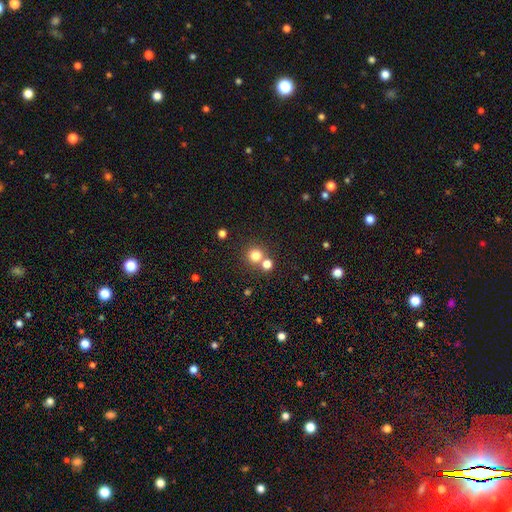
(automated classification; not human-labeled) Smooth or featured? Predicted: smooth (p=0.78). How rounded? Predicted: round (p=0.93). Merging? Predicted: none (p=0.65).